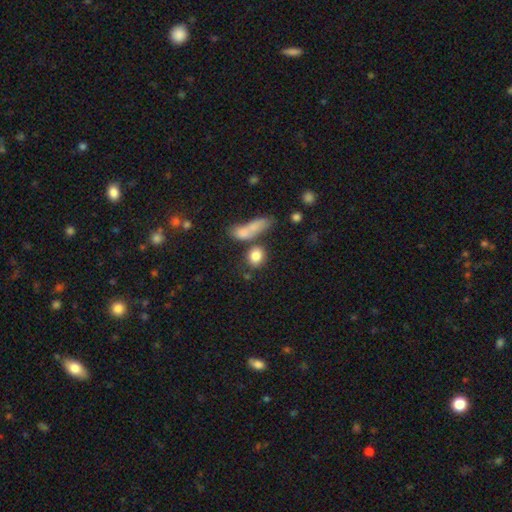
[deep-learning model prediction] Morphology: type=smooth (83%); roundness=round (55%); merging=none (58%).